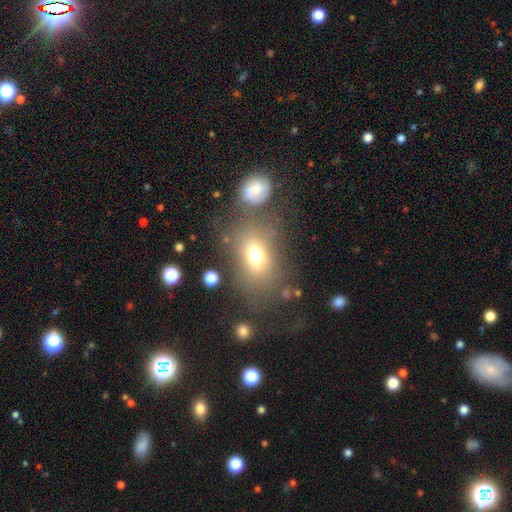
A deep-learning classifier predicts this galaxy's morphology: Smooth or featured? smooth (69%)
How rounded? in between (70%)
Merging? none (59%)